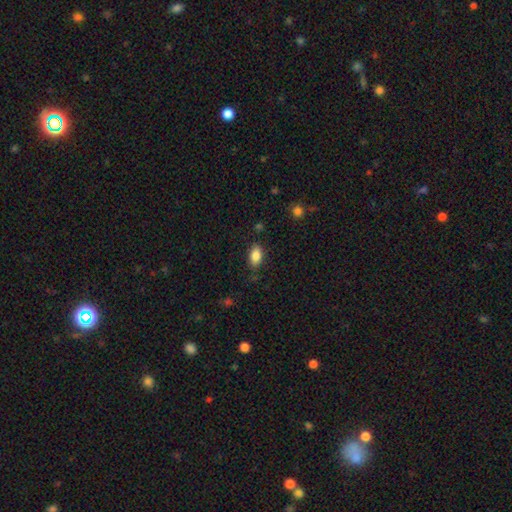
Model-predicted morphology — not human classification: A smooth galaxy with no disk features (86%) that is in between round and cigar-shaped (91%). Merging: none (81%).